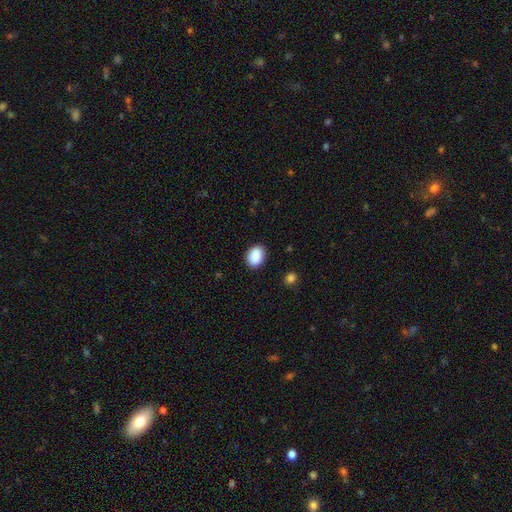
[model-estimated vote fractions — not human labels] A smooth galaxy with no disk features (89%) that is in between round and cigar-shaped (69%). Merging: none (87%).